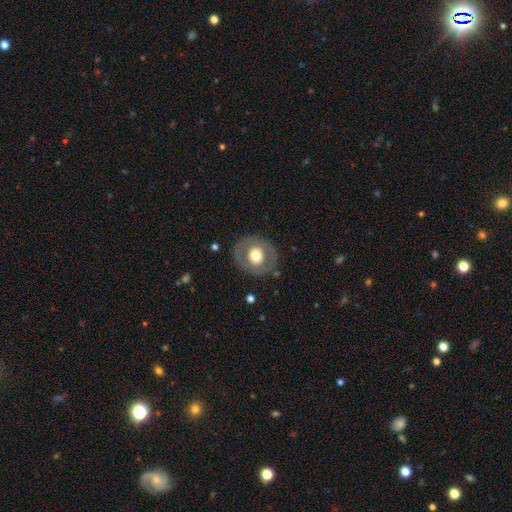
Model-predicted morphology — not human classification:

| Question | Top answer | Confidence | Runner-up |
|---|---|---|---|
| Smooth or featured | smooth | 52% | featured or disk (41%) |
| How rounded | round | 80% | in between (19%) |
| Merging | none | 82% | minor disturbance (11%) |